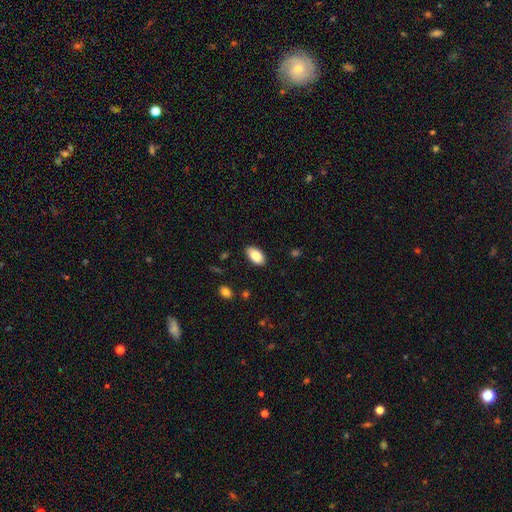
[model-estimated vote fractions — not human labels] Overall: smooth (84%). How rounded: in between (94%). Merging: none (87%).